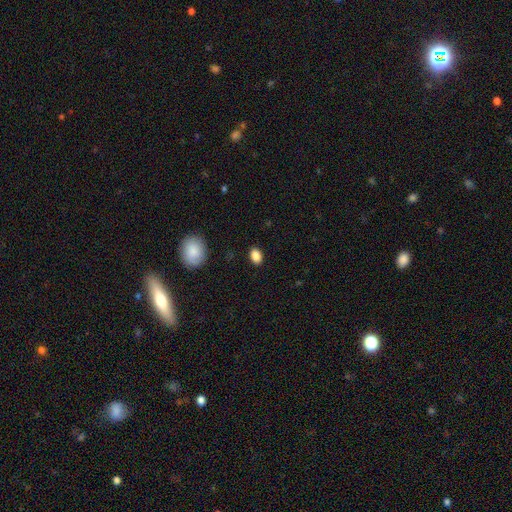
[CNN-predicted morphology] smooth-or-featured: smooth: 87% | star or artifact: 9% | featured or disk: 4%
  how-rounded: in between: 81% | round: 17% | cigar-shaped: 1%
  merging: none: 88% | minor disturbance: 9% | major disturbance: 2% | merger: 1%